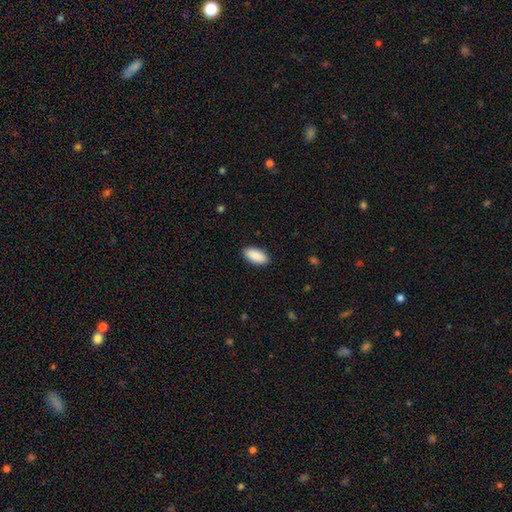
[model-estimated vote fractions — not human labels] Q: Smooth or featured?
A: smooth (91%); runner-up: star or artifact (6%)
Q: How rounded?
A: in between (90%); runner-up: cigar-shaped (8%)
Q: Merging?
A: none (89%); runner-up: minor disturbance (8%)